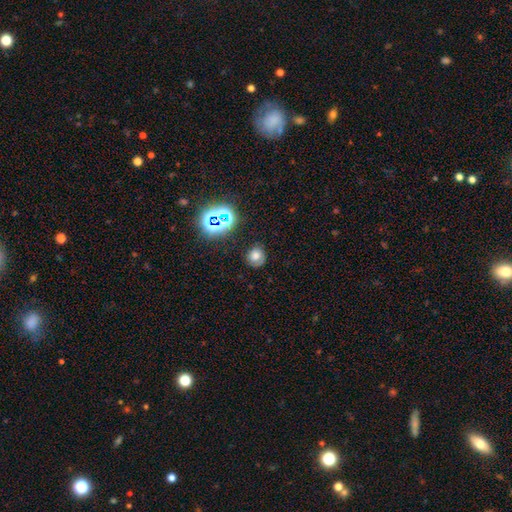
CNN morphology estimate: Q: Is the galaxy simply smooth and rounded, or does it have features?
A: smooth — 66%.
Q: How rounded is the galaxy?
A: round — 75%.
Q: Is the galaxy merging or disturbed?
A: none — 74%.